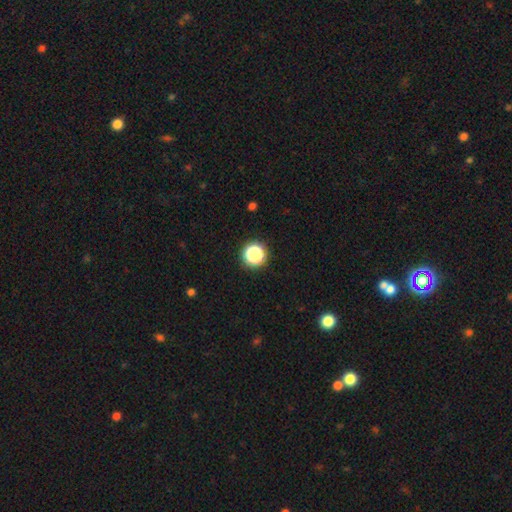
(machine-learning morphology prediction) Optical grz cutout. It shows a smooth galaxy with no disk features (64%) that is round (92%). Merging: none (85%).